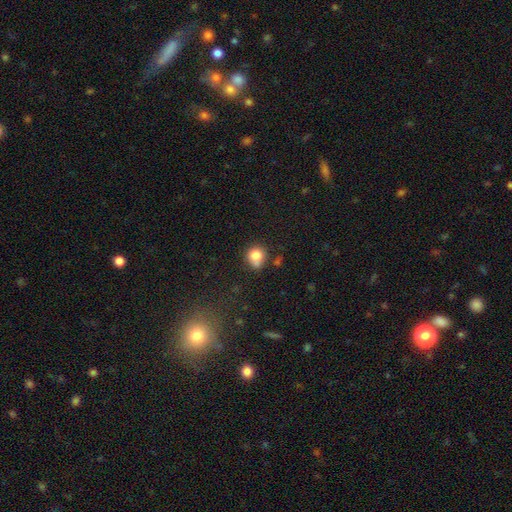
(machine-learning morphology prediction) Smooth or featured?
  - smooth: 80% *
  - star or artifact: 11%
  - featured or disk: 9%
How rounded?
  - round: 76% *
  - in between: 23%
  - cigar-shaped: 1%
Merging?
  - none: 53% *
  - minor disturbance: 24%
  - merger: 16%
  - major disturbance: 8%